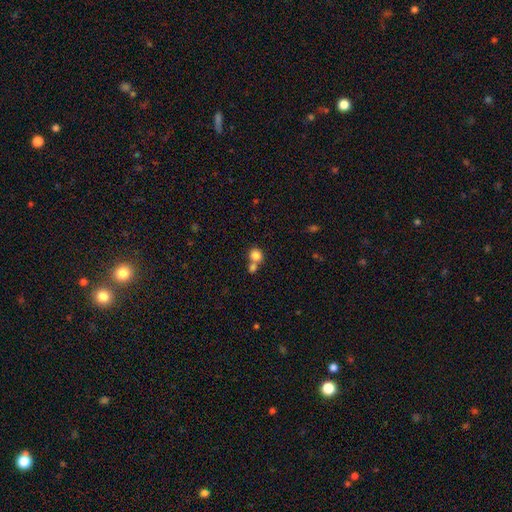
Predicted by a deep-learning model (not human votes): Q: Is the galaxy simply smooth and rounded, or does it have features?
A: smooth — 82%.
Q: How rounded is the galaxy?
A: round — 81%.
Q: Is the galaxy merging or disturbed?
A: merger — 45%.